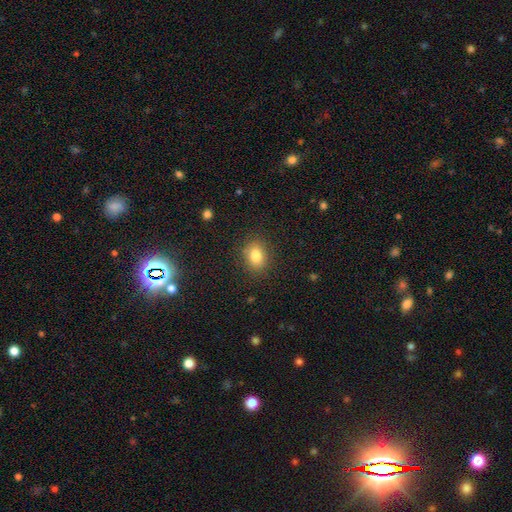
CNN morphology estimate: Smooth or featured?
  - smooth: 82% *
  - star or artifact: 10%
  - featured or disk: 7%
How rounded?
  - in between: 62% *
  - round: 37%
  - cigar-shaped: 1%
Merging?
  - none: 86% *
  - minor disturbance: 10%
  - major disturbance: 3%
  - merger: 1%